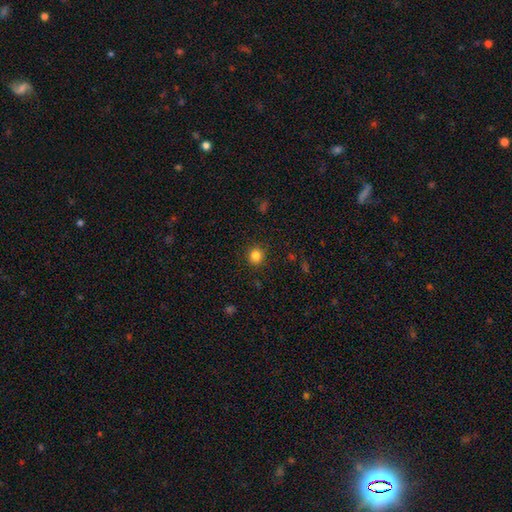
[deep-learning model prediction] smooth 84%, star or artifact 12%, featured or disk 5%. Down the decision tree: how rounded — round (91%); merging — none (90%).